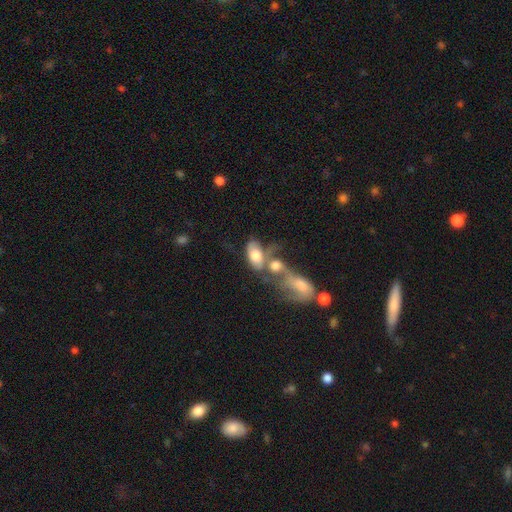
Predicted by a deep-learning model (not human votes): A smooth galaxy with no disk features (61%) that is in between round and cigar-shaped (91%). Merging: merger (60%).